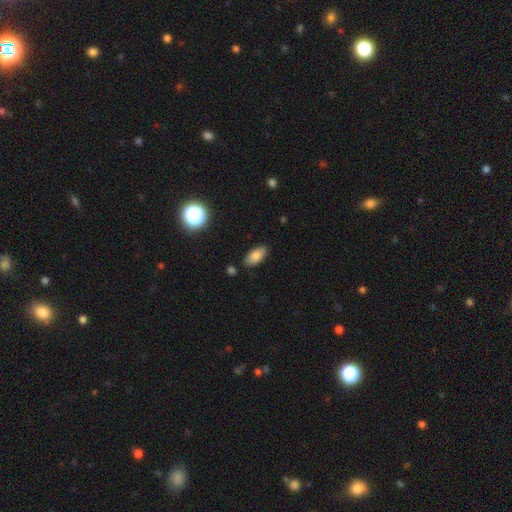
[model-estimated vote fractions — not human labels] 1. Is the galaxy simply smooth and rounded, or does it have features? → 82% smooth, 10% star or artifact, 9% featured or disk.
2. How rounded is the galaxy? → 90% in between, 6% cigar-shaped, 3% round.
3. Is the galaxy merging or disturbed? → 84% none, 11% minor disturbance, 2% major disturbance, 2% merger.